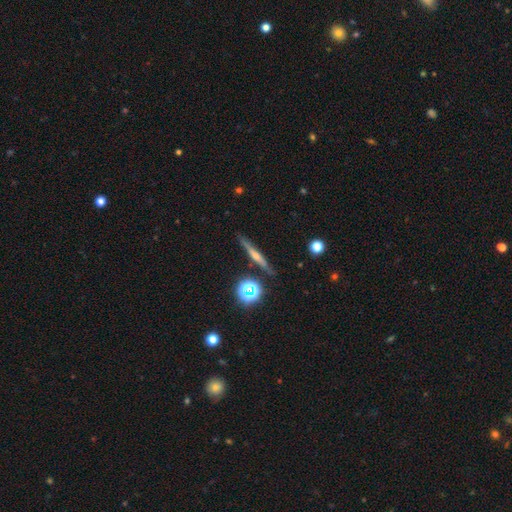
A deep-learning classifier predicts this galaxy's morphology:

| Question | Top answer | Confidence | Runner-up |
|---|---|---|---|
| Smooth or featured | featured or disk | 65% | smooth (23%) |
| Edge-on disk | yes | 96% | no (4%) |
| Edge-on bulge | rounded | 77% | none (18%) |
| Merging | none | 87% | minor disturbance (8%) |